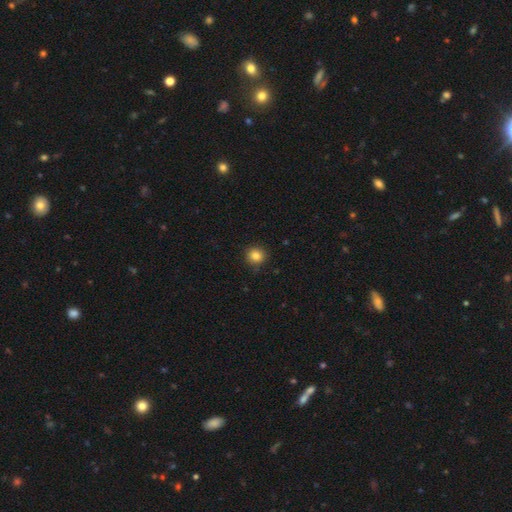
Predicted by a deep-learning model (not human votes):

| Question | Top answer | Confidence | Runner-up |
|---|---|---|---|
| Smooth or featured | smooth | 84% | star or artifact (11%) |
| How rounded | round | 90% | in between (9%) |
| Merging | none | 89% | minor disturbance (8%) |